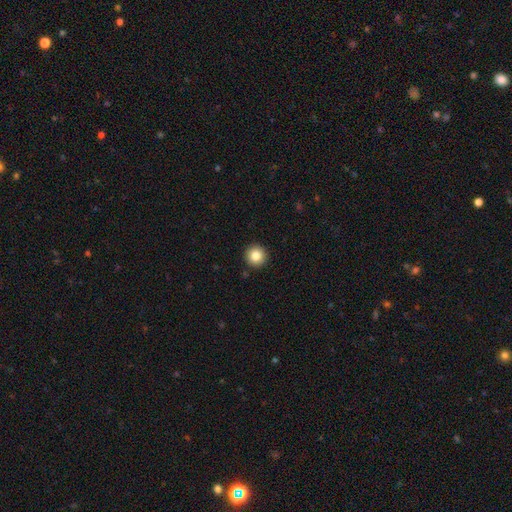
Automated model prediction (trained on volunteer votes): Smooth or featured?
  - smooth: 85% *
  - star or artifact: 10%
  - featured or disk: 6%
How rounded?
  - round: 96% *
  - in between: 3%
  - cigar-shaped: 1%
Merging?
  - none: 93% *
  - minor disturbance: 5%
  - major disturbance: 1%
  - merger: 1%